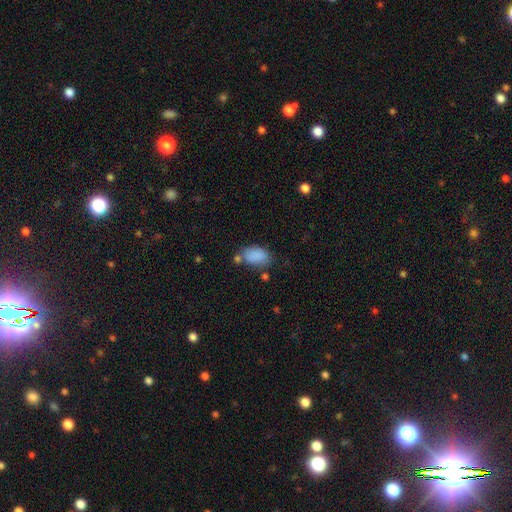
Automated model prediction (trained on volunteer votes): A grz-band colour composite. It shows a smooth galaxy with no disk features (86%) that is in between round and cigar-shaped (91%). Merging: none (57%).